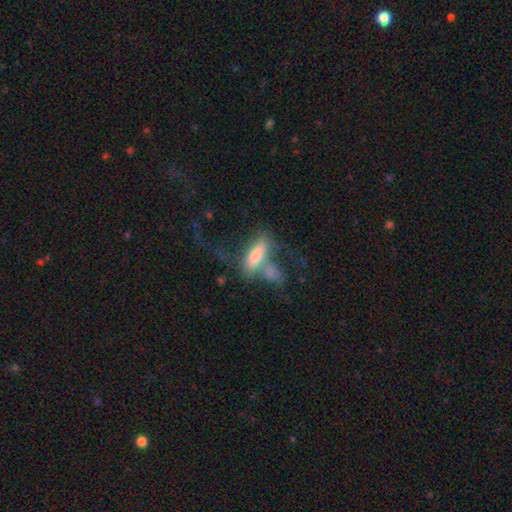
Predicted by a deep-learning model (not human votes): smooth_or_featured: smooth (p=0.56) [alt: featured or disk p=0.35]
how_rounded: in between (p=0.53) [alt: cigar-shaped p=0.44]
merging: merger (p=0.38) [alt: none p=0.27]